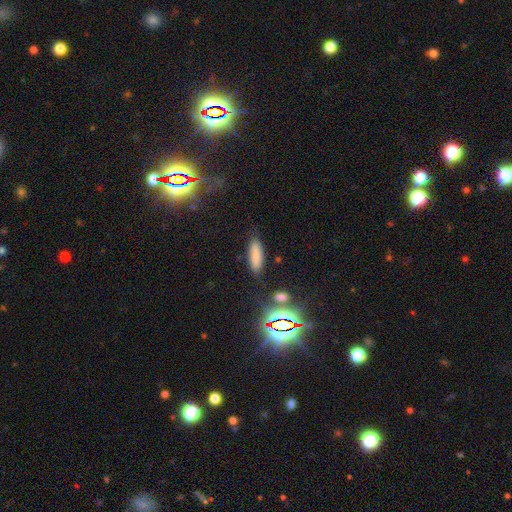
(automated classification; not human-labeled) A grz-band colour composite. It shows a smooth galaxy with no disk features (79%) that is cigar-shaped (51%). Merging: none (81%).